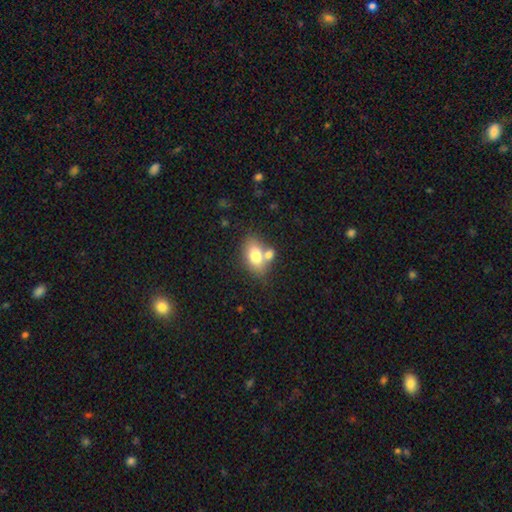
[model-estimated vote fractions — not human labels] Morphology: type=smooth (74%); roundness=in between (84%); merging=none (51%).